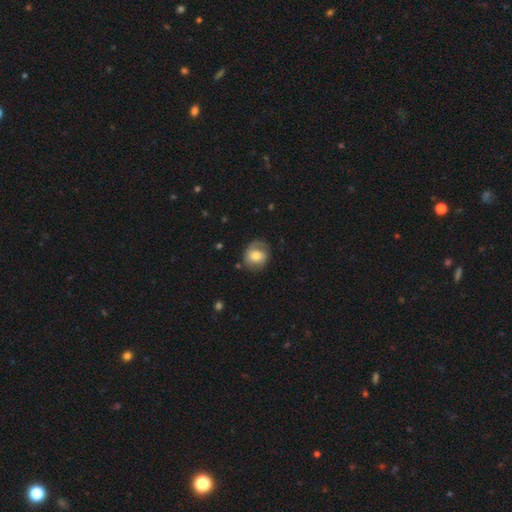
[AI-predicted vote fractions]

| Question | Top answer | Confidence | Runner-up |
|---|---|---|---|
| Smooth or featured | featured or disk | 47% | smooth (46%) |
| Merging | none | 64% | minor disturbance (23%) |